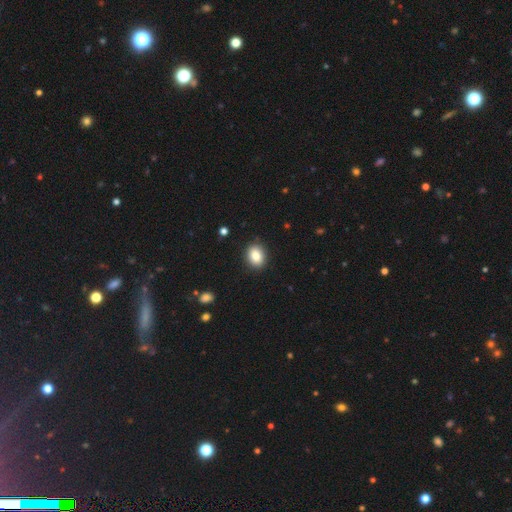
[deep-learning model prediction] smooth-or-featured: smooth: 86% | star or artifact: 8% | featured or disk: 6%
  how-rounded: in between: 63% | round: 36% | cigar-shaped: 1%
  merging: none: 89% | minor disturbance: 8% | major disturbance: 2% | merger: 1%